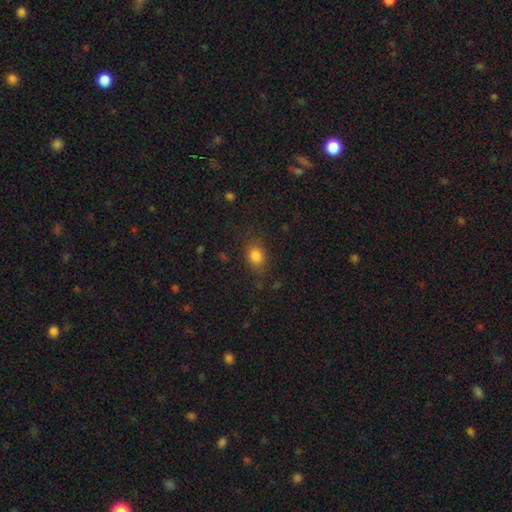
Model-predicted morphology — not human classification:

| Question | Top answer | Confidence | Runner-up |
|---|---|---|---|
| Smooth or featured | smooth | 83% | star or artifact (11%) |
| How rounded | in between | 57% | round (42%) |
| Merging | none | 77% | minor disturbance (16%) |